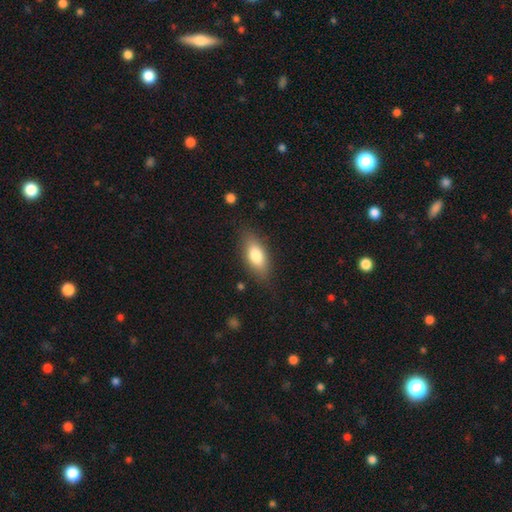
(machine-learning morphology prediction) Smooth or featured? Predicted: smooth (p=0.78). How rounded? Predicted: in between (p=0.82). Merging? Predicted: none (p=0.81).